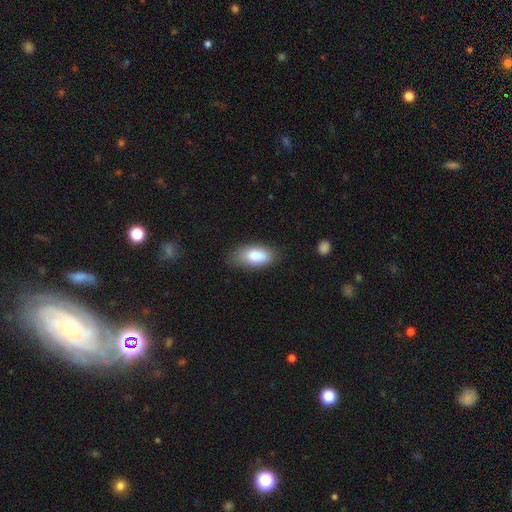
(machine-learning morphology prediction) A smooth galaxy with no disk features (84%) that is in between round and cigar-shaped (91%).

Vote fractions:
- Smooth or featured? smooth: 84% / featured or disk: 9% / star or artifact: 7%
- How rounded? in between: 91% / cigar-shaped: 7% / round: 3%
- Merging? none: 75% / minor disturbance: 19% / major disturbance: 5% / merger: 1%